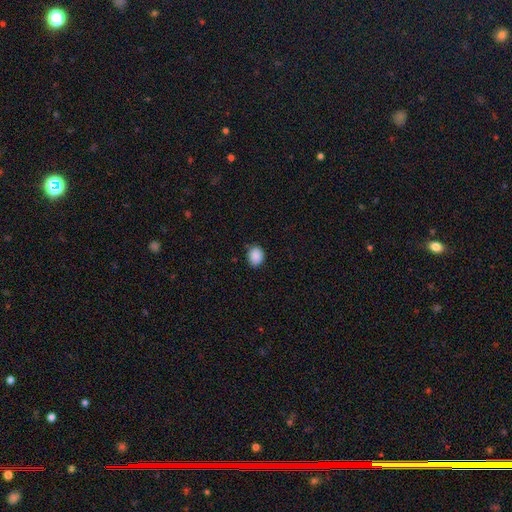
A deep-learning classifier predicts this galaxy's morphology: A smooth galaxy with no disk features (89%) that is in between round and cigar-shaped (51%).

Vote fractions:
- Smooth or featured? smooth: 89% / star or artifact: 8% / featured or disk: 3%
- How rounded? in between: 51% / round: 48% / cigar-shaped: 1%
- Merging? none: 84% / minor disturbance: 12% / major disturbance: 2% / merger: 1%